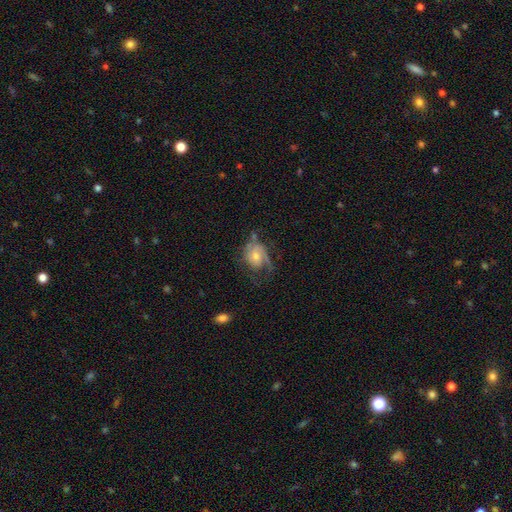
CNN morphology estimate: A featured or disk galaxy (60%) with no bar (75%), spiral arms (79%) and a moderate central bulge (50%). Merging: none (44%).